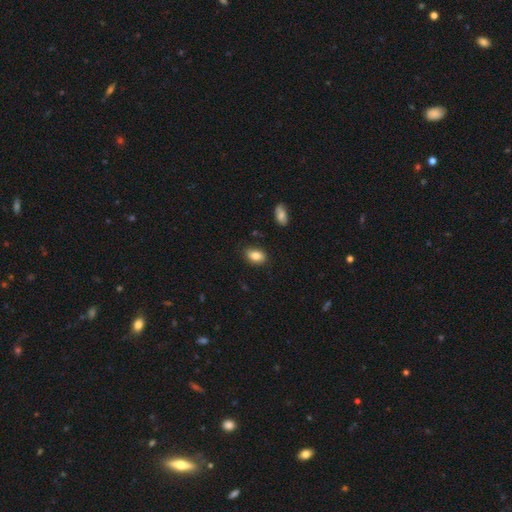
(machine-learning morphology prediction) Smooth or featured? smooth (85%)
How rounded? in between (88%)
Merging? none (85%)